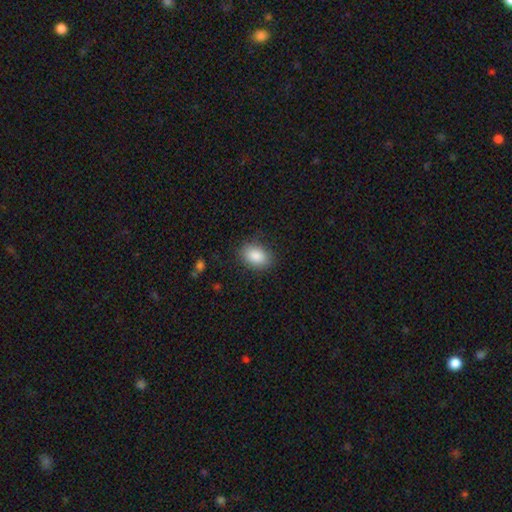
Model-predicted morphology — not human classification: A smooth galaxy with no disk features (88%) that is in between round and cigar-shaped (85%). Merging: none (84%).